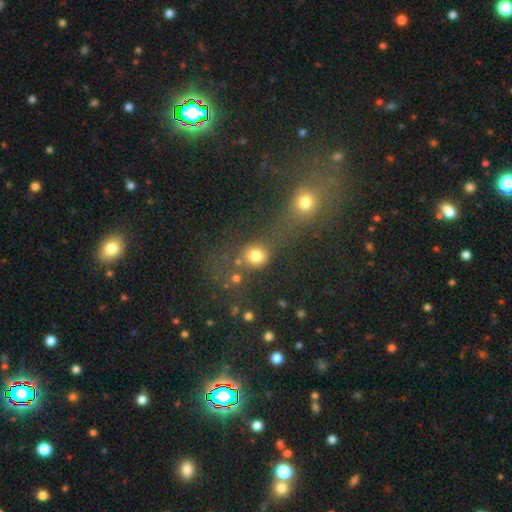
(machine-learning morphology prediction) Smooth or featured?
  - smooth: 74% *
  - star or artifact: 16%
  - featured or disk: 10%
How rounded?
  - round: 74% *
  - in between: 24%
  - cigar-shaped: 2%
Merging?
  - none: 43% *
  - merger: 33%
  - minor disturbance: 12%
  - major disturbance: 12%